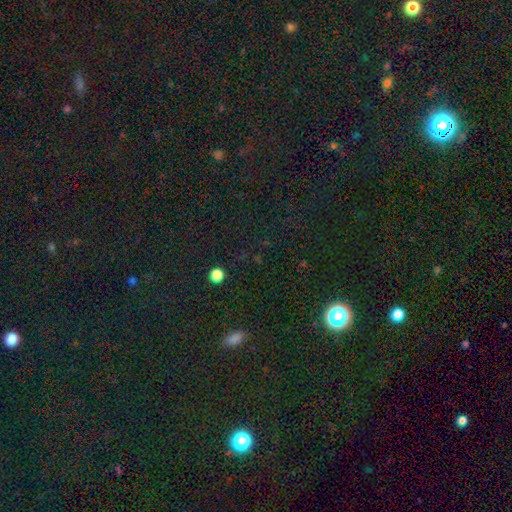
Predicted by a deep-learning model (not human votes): Smooth or featured? star or artifact (69%)